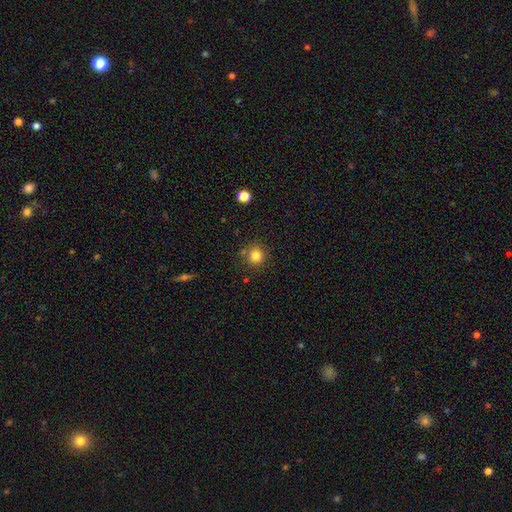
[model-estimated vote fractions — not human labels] The model was most divided on "smooth or featured": smooth: 82%, star or artifact: 12%, featured or disk: 6%. More confident: how rounded — round (91%); merging — none (82%).